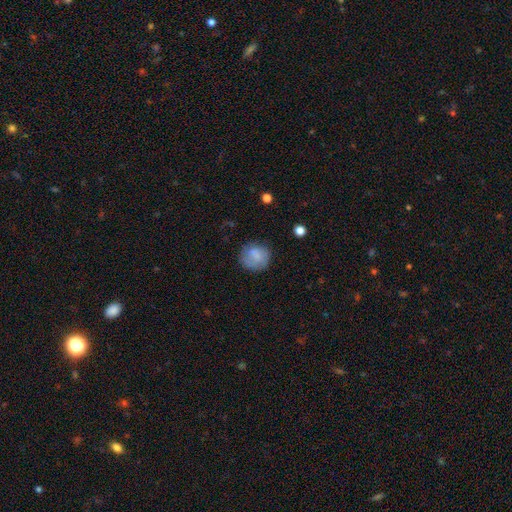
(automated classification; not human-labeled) This is likely a smooth galaxy (78%). How rounded: clearly round (85%). Merging: likely none (71%).